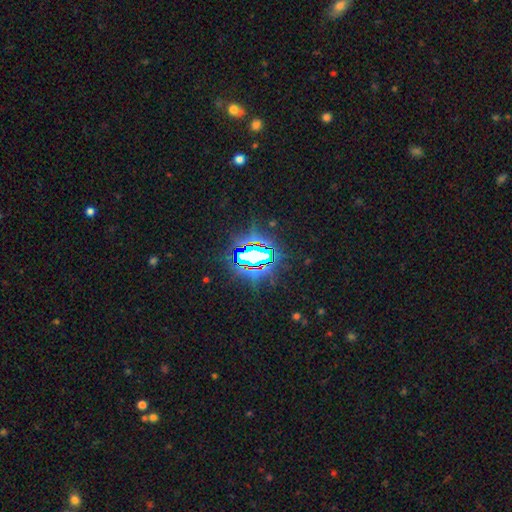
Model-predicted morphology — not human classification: Q: Smooth or featured?
A: star or artifact (79%); runner-up: smooth (11%)